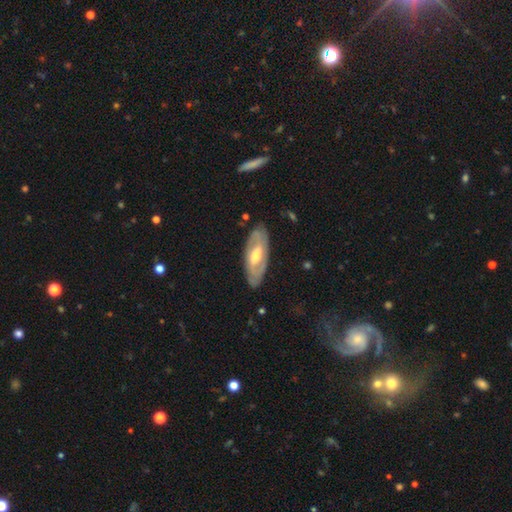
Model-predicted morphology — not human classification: Overall: featured or disk (68%). Edge-on disk: no (83%). Bar: weak (45%; no 32%). Spiral arms: yes (63%; no 37%). Bulge size: moderate (62%). Merging: none (82%).